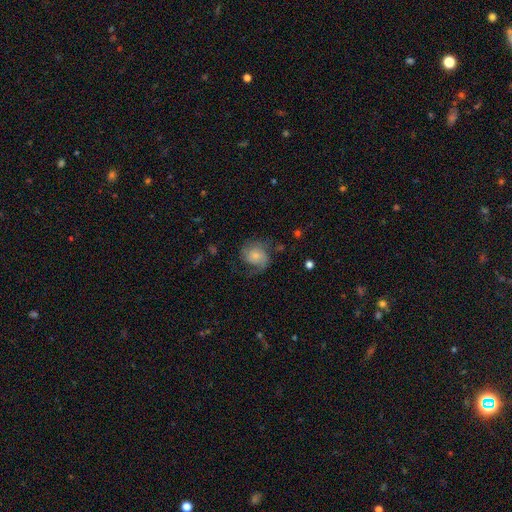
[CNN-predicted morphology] This appears to be a featured or disk galaxy (50%). Merging: none (52%).